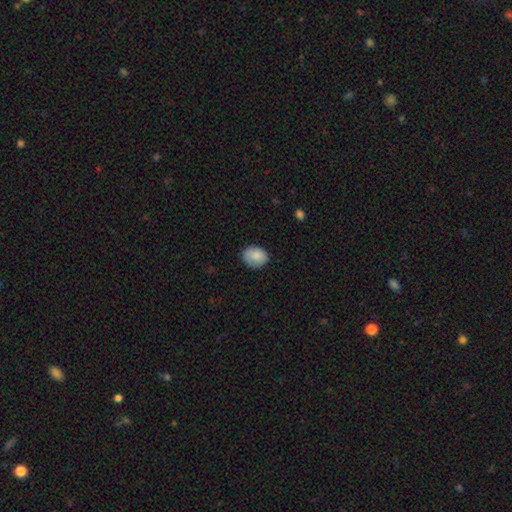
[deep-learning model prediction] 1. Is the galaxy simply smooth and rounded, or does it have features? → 86% smooth, 7% star or artifact, 7% featured or disk.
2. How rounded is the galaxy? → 55% in between, 44% round, 1% cigar-shaped.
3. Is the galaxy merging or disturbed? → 81% none, 15% minor disturbance, 3% major disturbance, 1% merger.